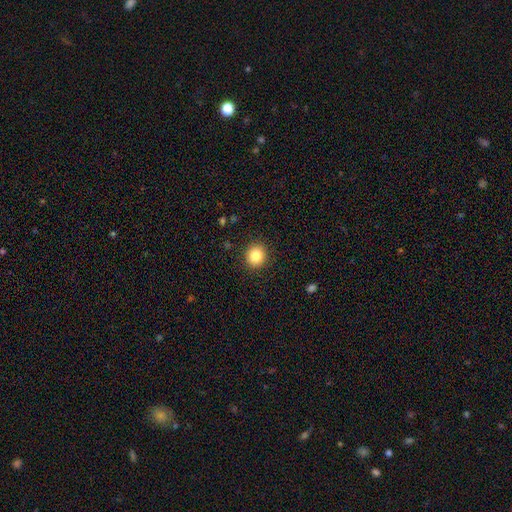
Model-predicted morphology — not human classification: Overall: smooth (84%). How rounded: round (87%). Merging: none (90%).